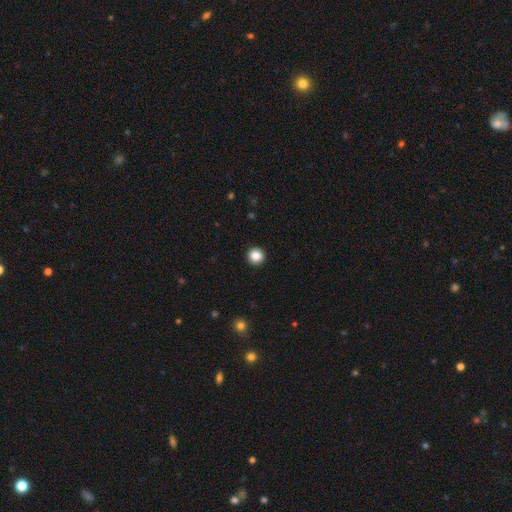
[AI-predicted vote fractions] A smooth galaxy with no disk features (87%) that is round (95%).

Vote fractions:
- Smooth or featured? smooth: 87% / star or artifact: 10% / featured or disk: 3%
- How rounded? round: 95% / in between: 4% / cigar-shaped: 1%
- Merging? none: 93% / minor disturbance: 4% / major disturbance: 2% / merger: 1%